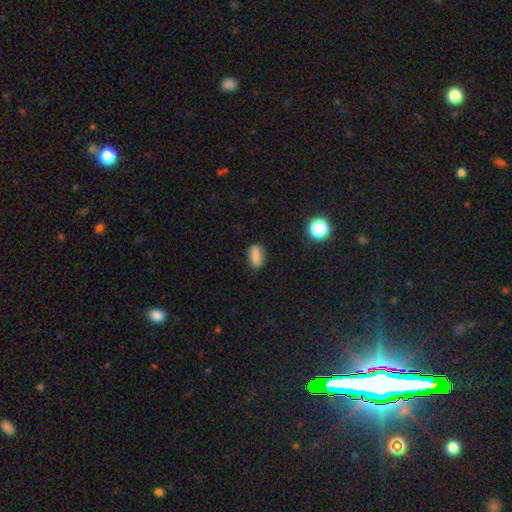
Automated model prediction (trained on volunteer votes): Morphology: type=smooth (75%); roundness=in between (80%); merging=none (81%).